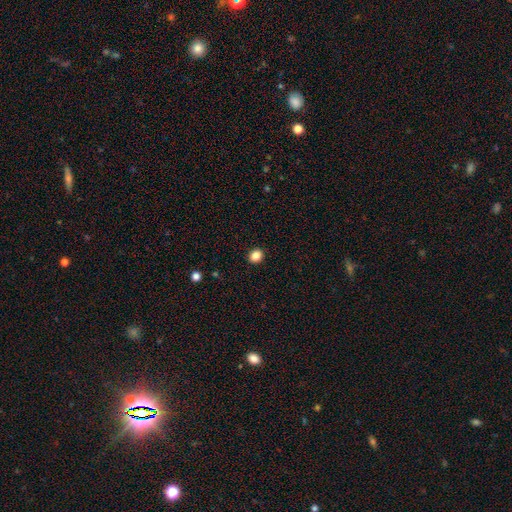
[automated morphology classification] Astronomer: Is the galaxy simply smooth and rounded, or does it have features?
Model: smooth — 86%.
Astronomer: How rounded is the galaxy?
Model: round — 67%.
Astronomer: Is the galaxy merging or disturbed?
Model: none — 92%.